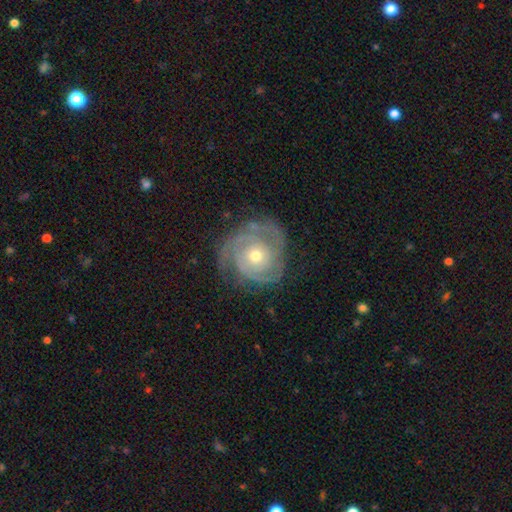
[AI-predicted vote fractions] smooth_or_featured: featured or disk (p=0.85) [alt: smooth p=0.10]
disk_edge_on: no (p=0.97) [alt: yes p=0.03]
bar: no (p=0.82) [alt: weak p=0.15]
has_spiral_arms: yes (p=0.94) [alt: no p=0.06]
spiral_winding: tight (p=0.71) [alt: medium p=0.23]
spiral_arm_count: 2 (p=0.36) [alt: can't tell p=0.24]
bulge_size: moderate (p=0.58) [alt: small p=0.38]
merging: none (p=0.71) [alt: minor disturbance p=0.19]